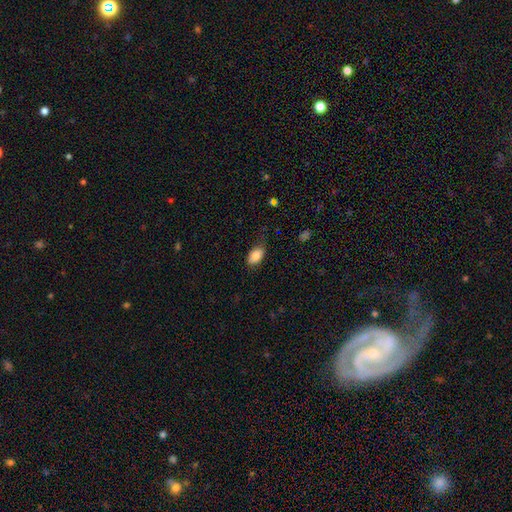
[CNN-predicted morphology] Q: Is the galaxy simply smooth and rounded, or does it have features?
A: smooth — 86%.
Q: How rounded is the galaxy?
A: in between — 92%.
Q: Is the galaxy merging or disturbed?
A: none — 73%.